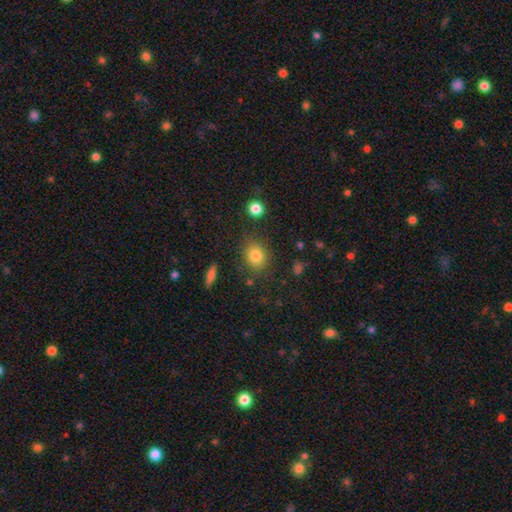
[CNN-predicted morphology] Smooth or featured: smooth — 81% (star or artifact — 11%)
How rounded: round — 59% (in between — 40%)
Merging: none — 79% (minor disturbance — 13%)